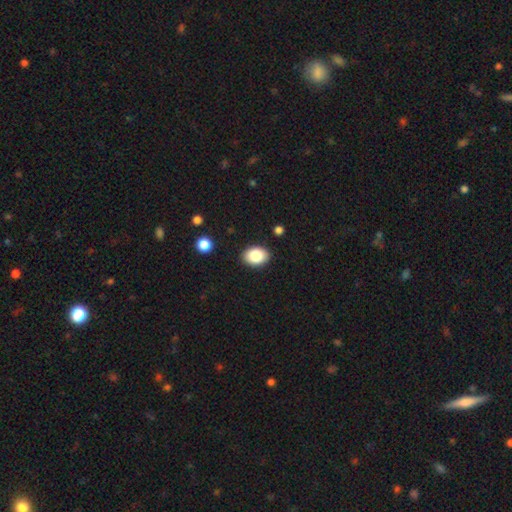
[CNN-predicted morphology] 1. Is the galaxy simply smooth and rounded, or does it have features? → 87% smooth, 8% star or artifact, 6% featured or disk.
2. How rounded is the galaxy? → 75% in between, 24% round, 1% cigar-shaped.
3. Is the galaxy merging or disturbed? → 88% none, 8% minor disturbance, 2% major disturbance, 1% merger.